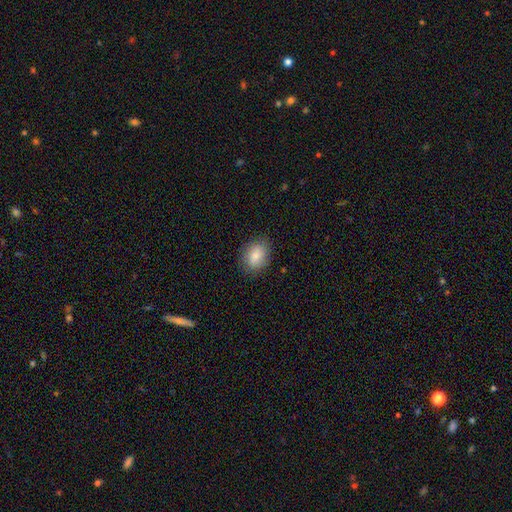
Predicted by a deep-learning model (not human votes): Overall: smooth (84%). How rounded: in between (65%; round 33%). Merging: none (82%).